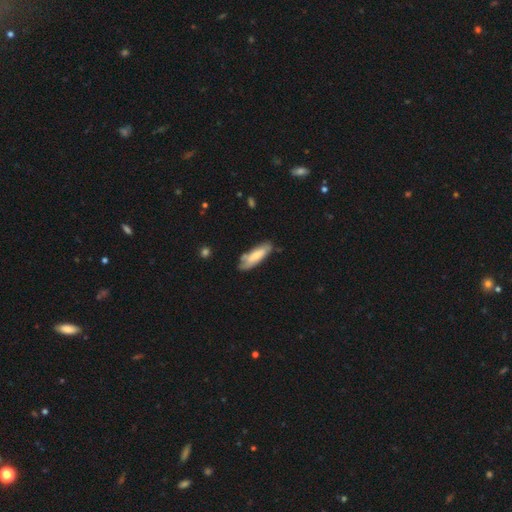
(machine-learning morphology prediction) Smooth or featured? smooth (61%)
How rounded? in between (52%)
Merging? none (65%)